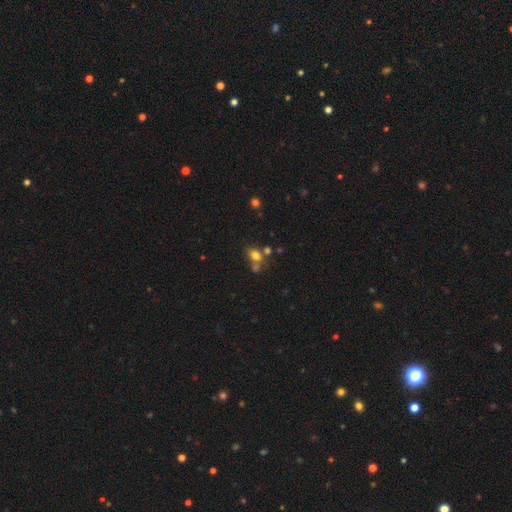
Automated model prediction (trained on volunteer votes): A smooth galaxy with no disk features (72%) that is in between round and cigar-shaped (63%). Merging: none (47%).